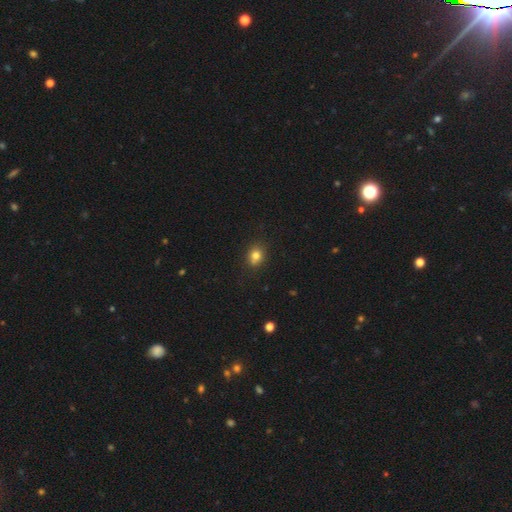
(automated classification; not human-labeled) Q: Smooth or featured?
A: smooth (79%); runner-up: star or artifact (12%)
Q: How rounded?
A: round (53%); runner-up: in between (46%)
Q: Merging?
A: none (76%); runner-up: minor disturbance (16%)